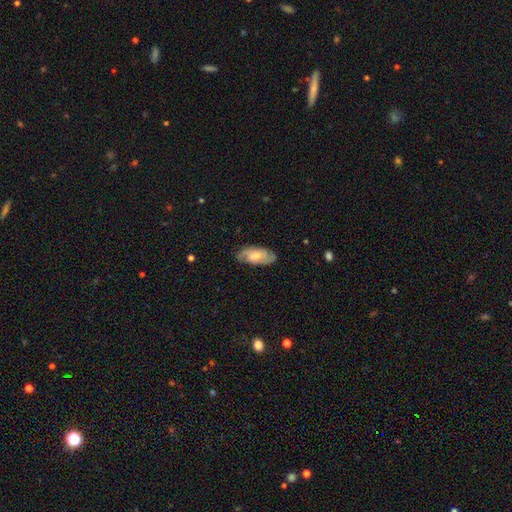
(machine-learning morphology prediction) featured or disk 64%, smooth 30%, star or artifact 6%. Down the decision tree: edge-on disk — no (92%); bar — no (48%); spiral arms — yes (90%); spiral arm count — 2 (69%); spiral winding — tight (44%); bulge size — moderate (47%); merging — none (79%).